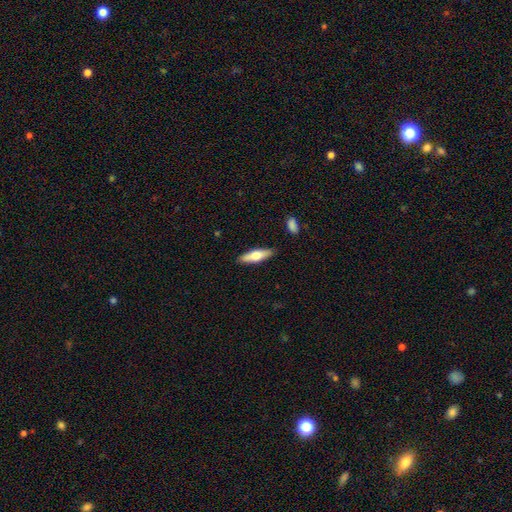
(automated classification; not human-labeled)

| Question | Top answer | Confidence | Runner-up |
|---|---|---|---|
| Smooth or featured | smooth | 56% | featured or disk (38%) |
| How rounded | cigar-shaped | 56% | in between (41%) |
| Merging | none | 87% | minor disturbance (9%) |